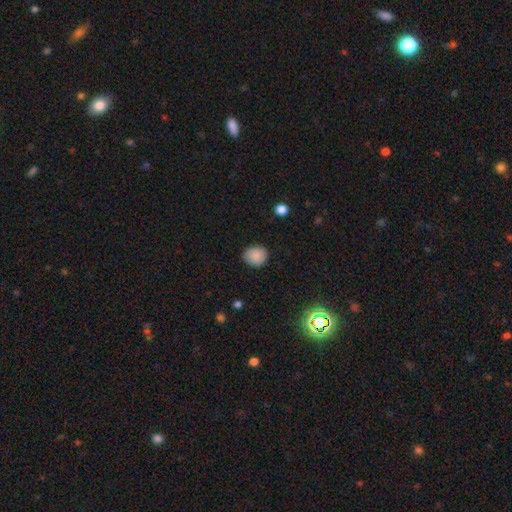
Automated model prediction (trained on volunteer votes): Smooth or featured? smooth (87%)
How rounded? round (82%)
Merging? none (87%)